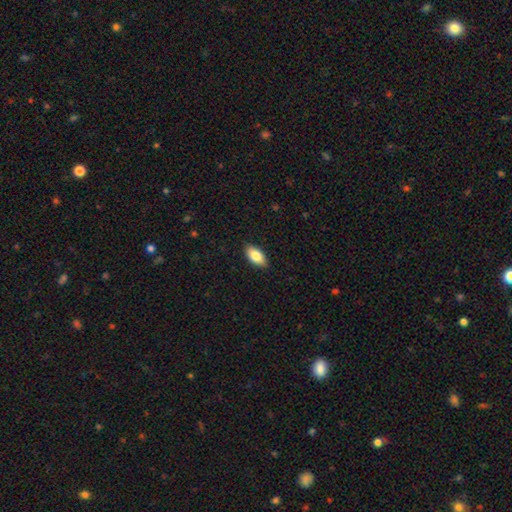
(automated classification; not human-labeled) Smooth or featured? smooth (83%)
How rounded? in between (93%)
Merging? none (89%)